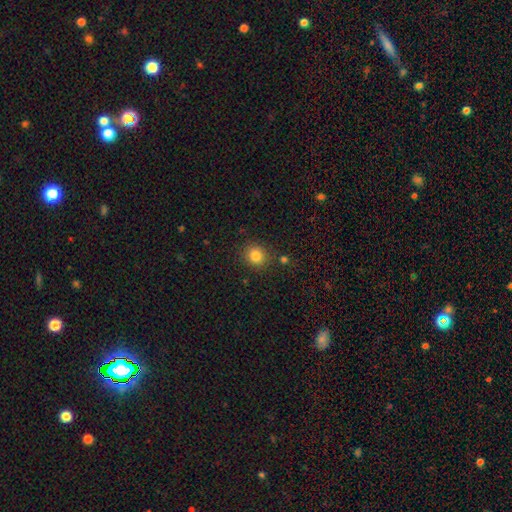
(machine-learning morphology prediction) Smooth or featured? smooth (83%)
How rounded? round (85%)
Merging? none (85%)